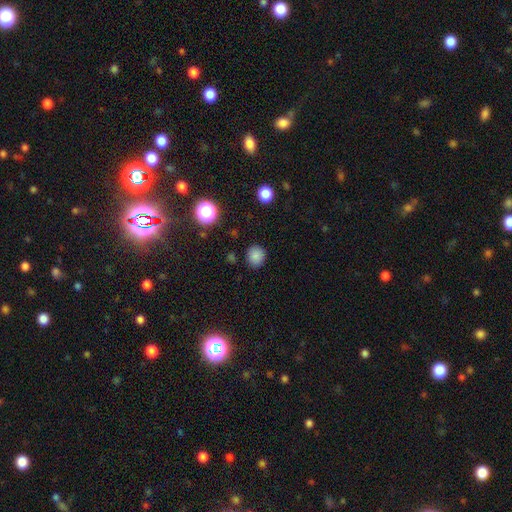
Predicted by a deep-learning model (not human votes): Smooth or featured? smooth (82%)
How rounded? round (85%)
Merging? none (87%)